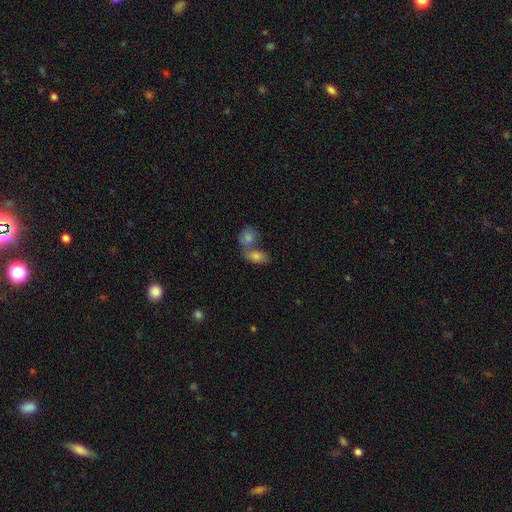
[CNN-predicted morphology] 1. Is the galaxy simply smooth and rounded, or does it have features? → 74% smooth, 15% featured or disk, 11% star or artifact.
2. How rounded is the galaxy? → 83% in between, 14% round, 3% cigar-shaped.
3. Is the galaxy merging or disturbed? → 56% merger, 32% none, 9% minor disturbance, 4% major disturbance.